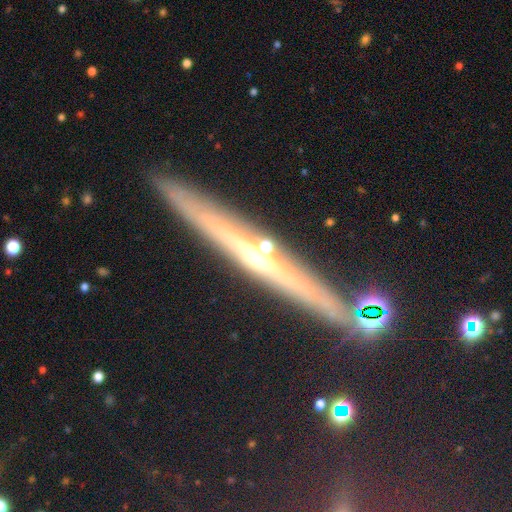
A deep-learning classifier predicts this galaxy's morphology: type=featured or disk (64%); edge-on=yes (93%); edge-on bulge=rounded (67%); merging=none (86%).